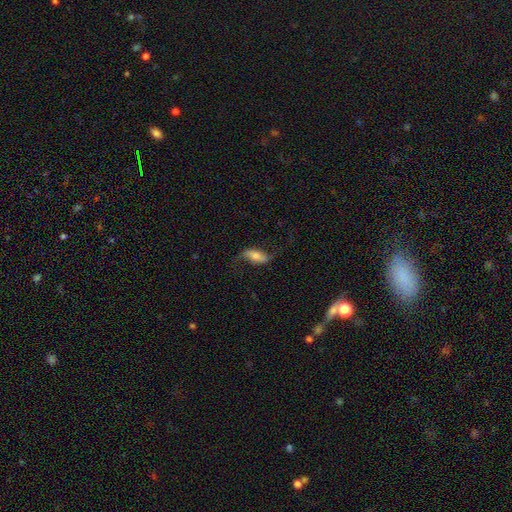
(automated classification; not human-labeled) smooth-or-featured: featured or disk: 61% | smooth: 31% | star or artifact: 8%
  disk-edge-on: no: 87% | yes: 13%
    bar: no: 37% | weak: 32% | strong: 31%
    has-spiral-arms: yes: 89% | no: 11%
    bulge-size: moderate: 46% | small: 31% | large: 13% | none: 6% | dominant: 4%
  merging: none: 70% | minor disturbance: 17% | major disturbance: 12% | merger: 2%